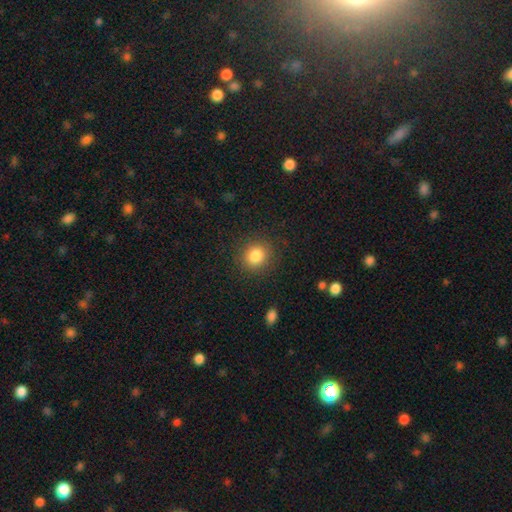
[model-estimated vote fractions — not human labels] The model was most divided on "how rounded": round: 79%, in between: 20%, cigar-shaped: 1%. More confident: merging — none (88%); smooth or featured — smooth (84%).